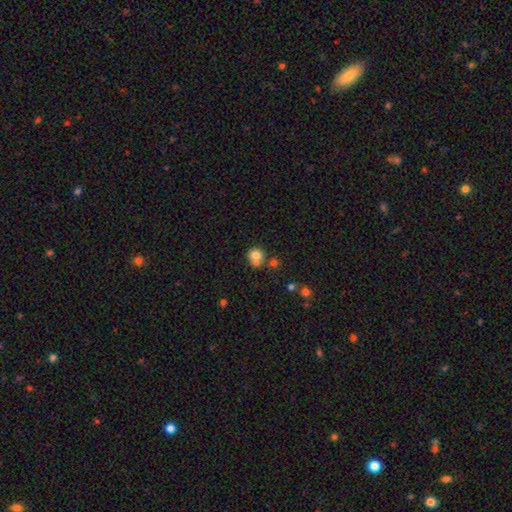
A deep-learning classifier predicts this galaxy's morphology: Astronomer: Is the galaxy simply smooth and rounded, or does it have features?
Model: smooth — 77%.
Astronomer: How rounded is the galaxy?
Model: round — 86%.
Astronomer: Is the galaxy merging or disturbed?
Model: none — 52% (runner-up: merger, 33%).